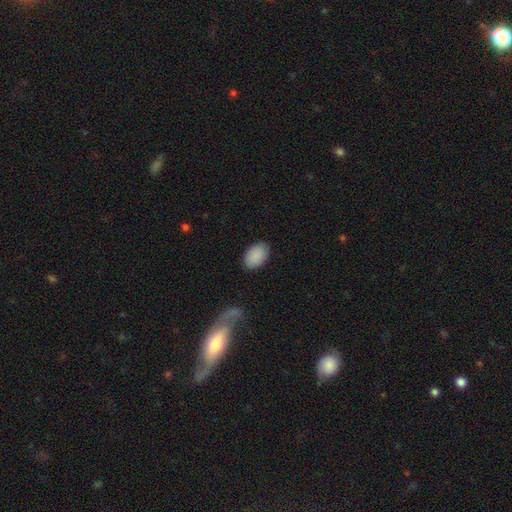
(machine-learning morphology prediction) This is clearly a smooth galaxy (90%). How rounded: clearly in between (90%). Merging: clearly none (87%).